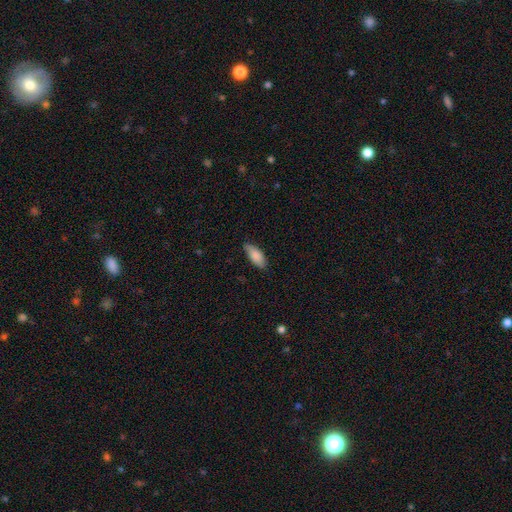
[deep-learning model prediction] Q: Smooth or featured?
A: smooth (85%); runner-up: featured or disk (9%)
Q: How rounded?
A: in between (81%); runner-up: cigar-shaped (17%)
Q: Merging?
A: none (72%); runner-up: minor disturbance (23%)